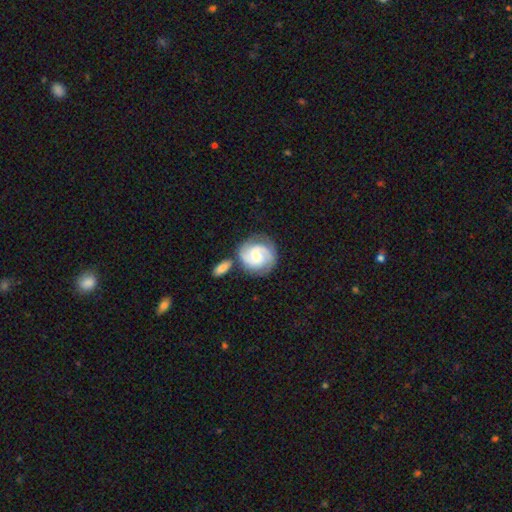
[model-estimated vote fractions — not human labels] smooth_or_featured: featured or disk (p=0.78) [alt: smooth p=0.17]
disk_edge_on: no (p=0.98) [alt: yes p=0.02]
bar: no (p=0.51) [alt: weak p=0.40]
has_spiral_arms: yes (p=0.96) [alt: no p=0.04]
spiral_winding: medium (p=0.45) [alt: tight p=0.43]
spiral_arm_count: 2 (p=0.79) [alt: 3 p=0.08]
bulge_size: moderate (p=0.49) [alt: small p=0.44]
merging: none (p=0.66) [alt: merger p=0.16]